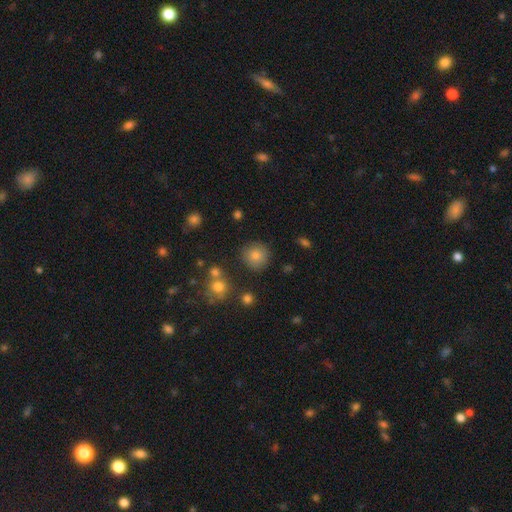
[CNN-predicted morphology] Smooth or featured: smooth — 82% (star or artifact — 11%)
How rounded: round — 92% (in between — 7%)
Merging: none — 86% (minor disturbance — 8%)